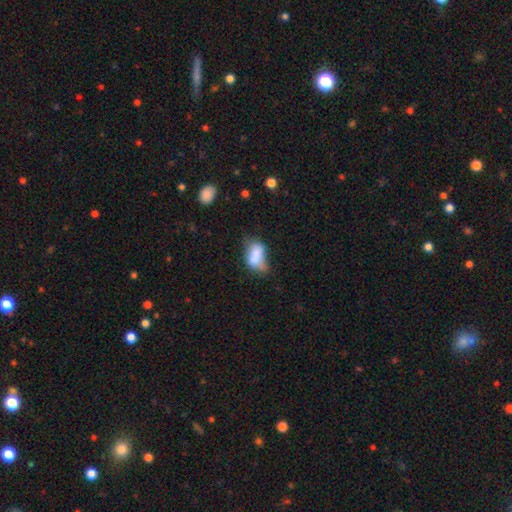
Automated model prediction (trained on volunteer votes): Morphology: type=smooth (74%); roundness=in between (89%); merging=minor disturbance (35%).